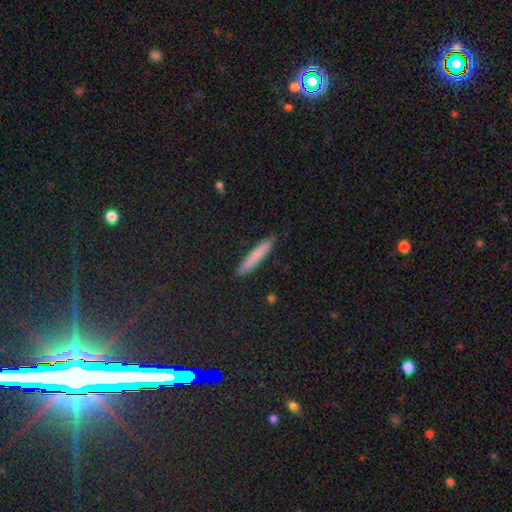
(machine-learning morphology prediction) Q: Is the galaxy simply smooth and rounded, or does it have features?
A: smooth — 73%.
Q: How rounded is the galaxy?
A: cigar-shaped — 94%.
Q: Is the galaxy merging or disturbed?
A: none — 89%.